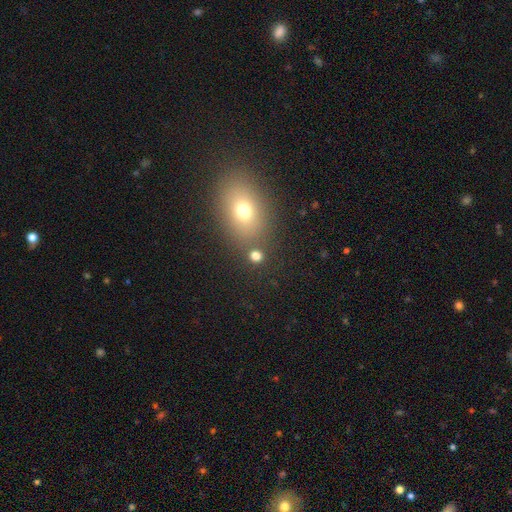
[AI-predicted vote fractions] Morphology: type=smooth (75%); roundness=round (79%); merging=none (75%).